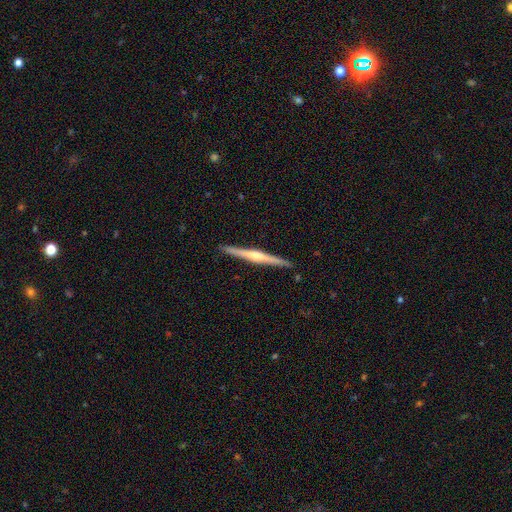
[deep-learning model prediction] Smooth or featured? featured or disk (74%)
Edge-on disk? yes (98%)
Edge-on bulge? rounded (78%)
Merging? none (91%)